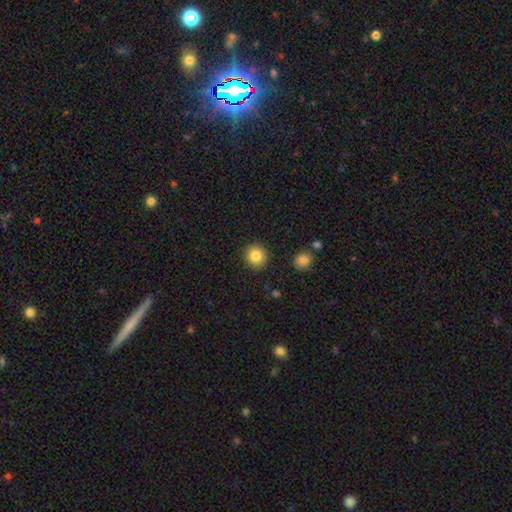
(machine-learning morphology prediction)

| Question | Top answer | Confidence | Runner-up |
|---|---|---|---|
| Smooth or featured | smooth | 84% | star or artifact (10%) |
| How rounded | round | 93% | in between (6%) |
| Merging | none | 91% | minor disturbance (5%) |